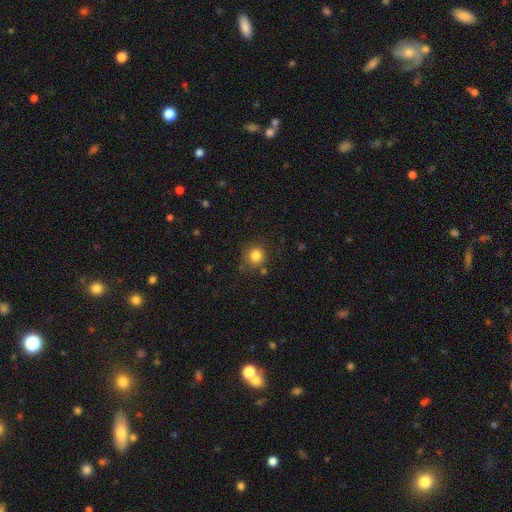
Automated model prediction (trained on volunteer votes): Morphology: type=smooth (82%); roundness=round (91%); merging=none (81%).